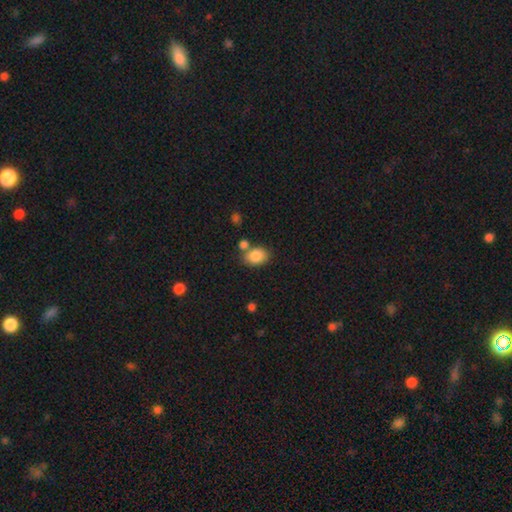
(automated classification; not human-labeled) A smooth galaxy with no disk features (85%) that is in between round and cigar-shaped (76%).

Vote fractions:
- Smooth or featured? smooth: 85% / star or artifact: 8% / featured or disk: 7%
- How rounded? in between: 76% / round: 22% / cigar-shaped: 1%
- Merging? none: 65% / merger: 18% / minor disturbance: 13% / major disturbance: 4%